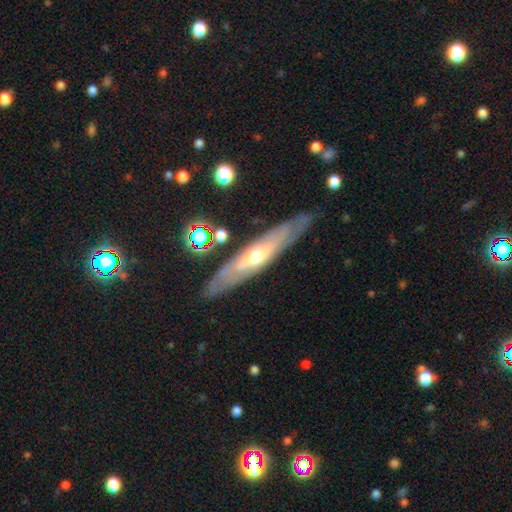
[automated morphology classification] This appears to be a featured or disk galaxy (67%) viewed edge-on (59%). Merging: none (83%).